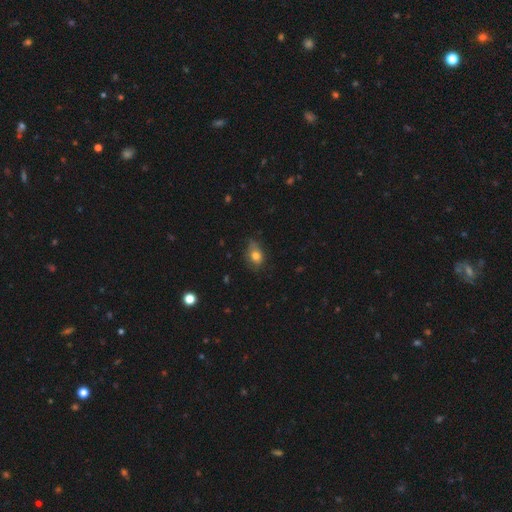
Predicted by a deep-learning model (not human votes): Smooth or featured? smooth (76%)
How rounded? in between (70%)
Merging? none (55%)